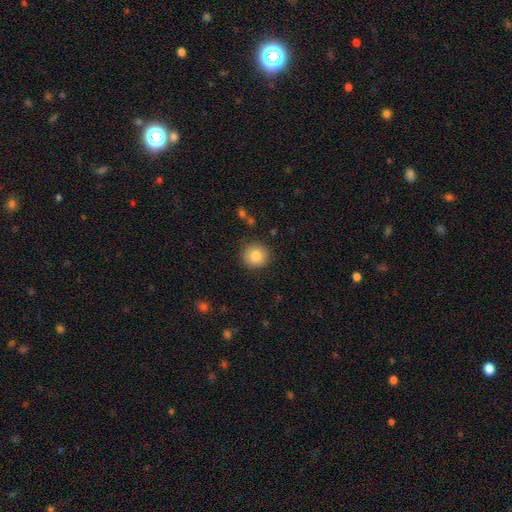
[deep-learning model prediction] Morphology: type=smooth (85%); roundness=round (94%); merging=none (89%).